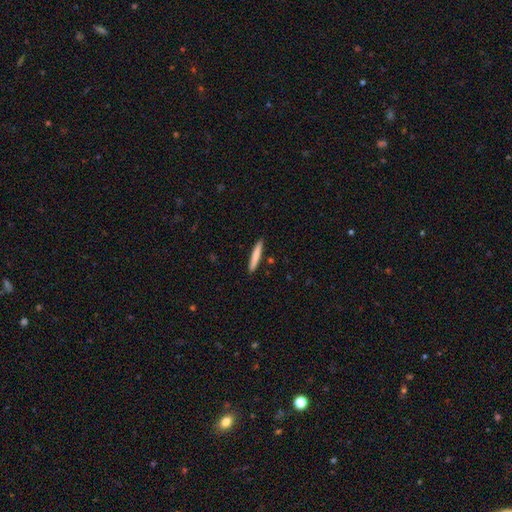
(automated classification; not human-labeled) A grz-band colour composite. It shows a smooth galaxy with no disk features (78%) that is cigar-shaped (94%). Merging: none (90%).